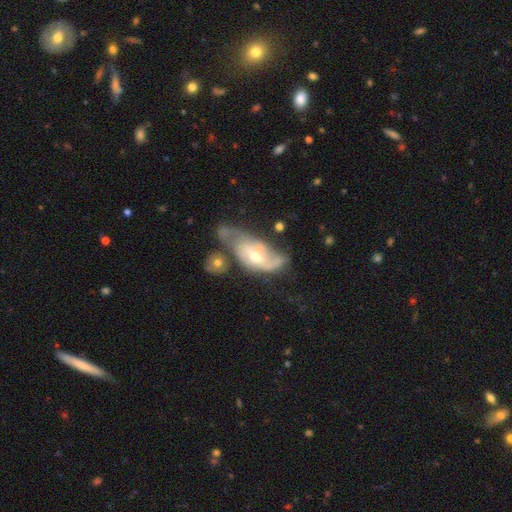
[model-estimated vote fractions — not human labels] featured or disk 68%, smooth 26%, star or artifact 7%. Down the decision tree: edge-on disk — no (90%); bar — no (55%); spiral arms — yes (71%); bulge size — moderate (57%); merging — major disturbance (28%).